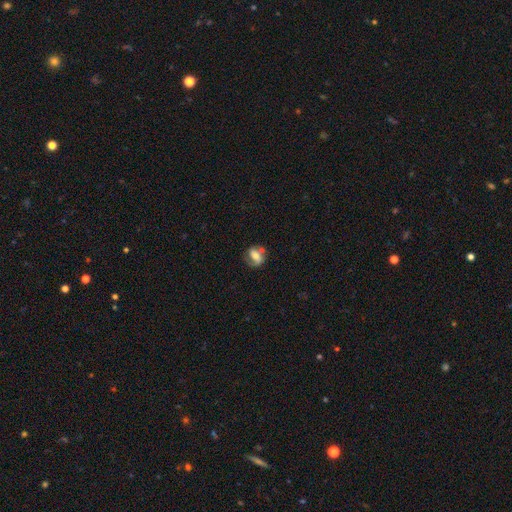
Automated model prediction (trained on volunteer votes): This appears to be a featured or disk galaxy (49%). Merging: none (51%).